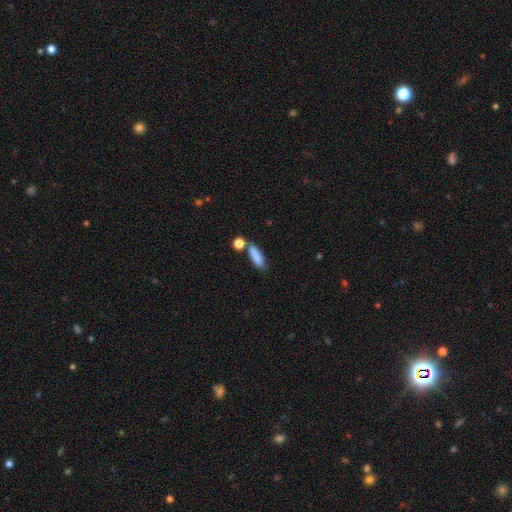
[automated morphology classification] Overall: smooth (85%). How rounded: in between (54%; cigar-shaped 41%). Merging: none (62%).